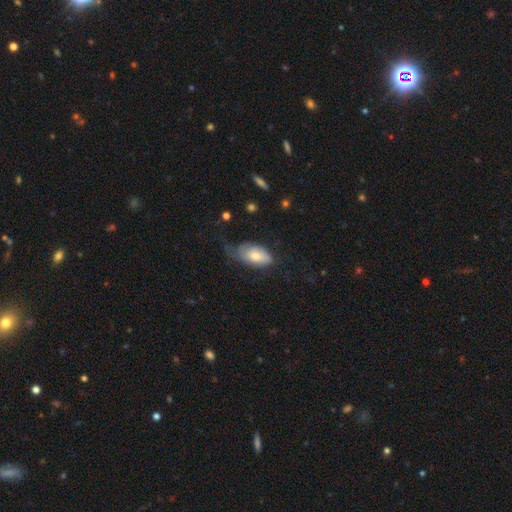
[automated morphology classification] Smooth or featured: smooth — 62% (featured or disk — 32%)
How rounded: in between — 92% (round — 4%)
Merging: none — 35% (minor disturbance — 34%)